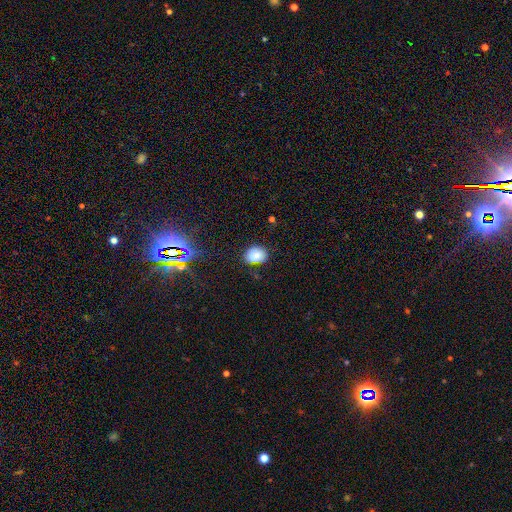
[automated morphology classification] This appears to be a smooth galaxy with no disk features (78%) that is in between round and cigar-shaped (55%). Merging: none (68%).